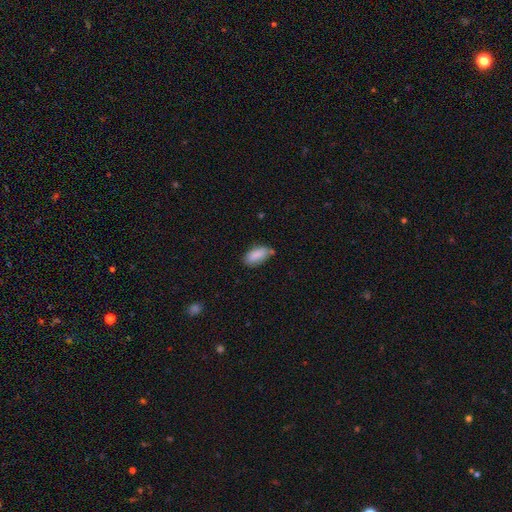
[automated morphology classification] smooth 86%, star or artifact 7%, featured or disk 6%. Down the decision tree: how rounded — in between (88%); merging — none (60%).